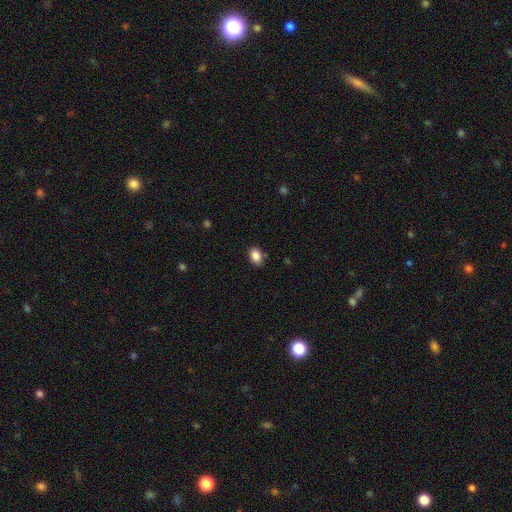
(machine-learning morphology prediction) smooth_or_featured: smooth (p=0.87) [alt: star or artifact p=0.09]
how_rounded: in between (p=0.80) [alt: round p=0.18]
merging: none (p=0.86) [alt: minor disturbance p=0.10]